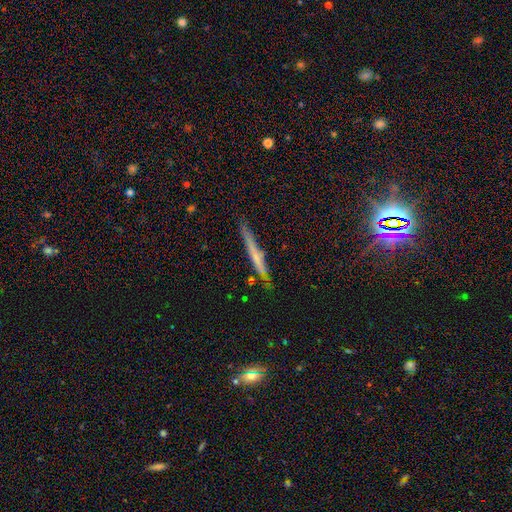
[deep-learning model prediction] A smooth galaxy with no disk features (51%) that is cigar-shaped (96%). Merging: none (79%).